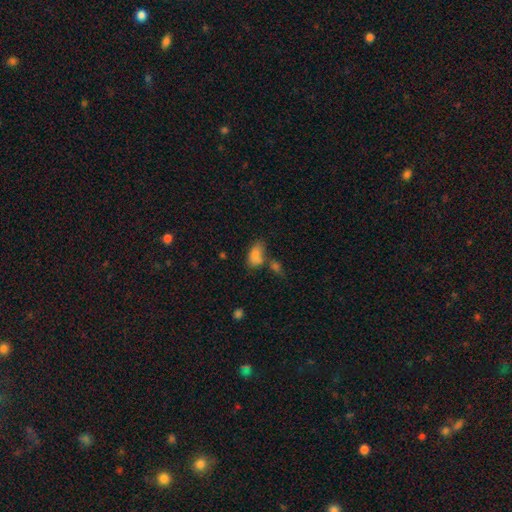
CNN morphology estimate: A smooth galaxy with no disk features (81%) that is in between round and cigar-shaped (90%). Merging: none (41%).